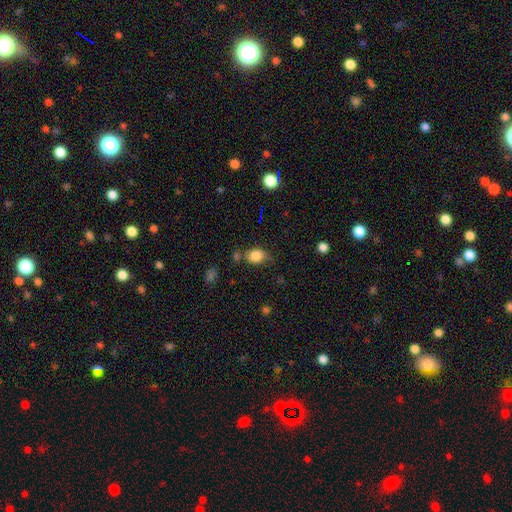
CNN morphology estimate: smooth_or_featured: smooth (p=0.84) [alt: star or artifact p=0.10]
how_rounded: in between (p=0.66) [alt: round p=0.33]
merging: none (p=0.60) [alt: minor disturbance p=0.24]